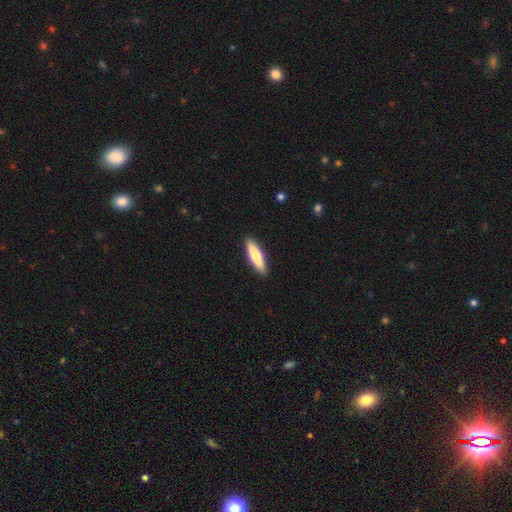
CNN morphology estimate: Smooth or featured?
  - smooth: 62% *
  - featured or disk: 33%
  - star or artifact: 5%
How rounded?
  - cigar-shaped: 71% *
  - in between: 27%
  - round: 2%
Merging?
  - none: 91% *
  - minor disturbance: 6%
  - major disturbance: 1%
  - merger: 1%